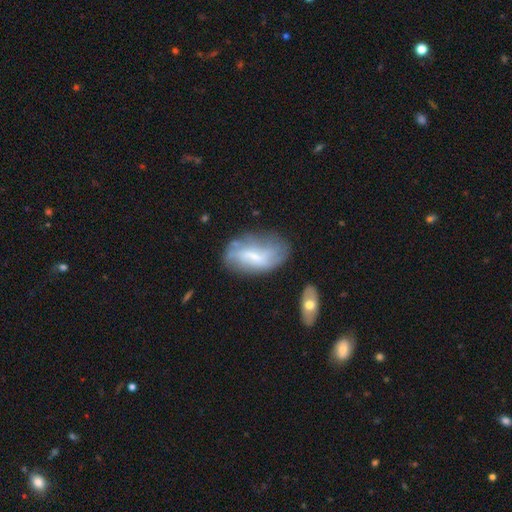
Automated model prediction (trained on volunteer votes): This is possibly a featured or disk galaxy (47%). Merging: likely none (60%).